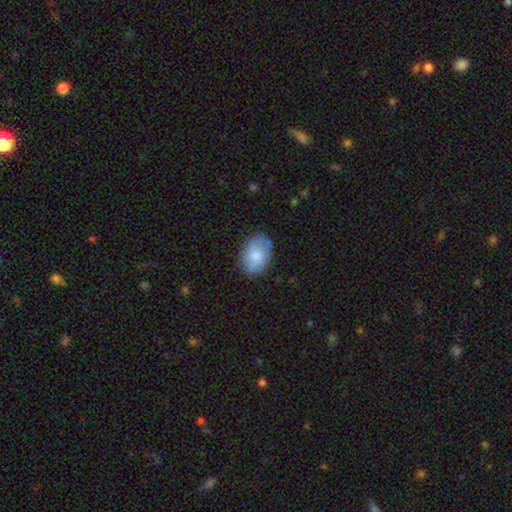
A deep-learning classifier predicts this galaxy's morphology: Smooth or featured: smooth — 72% (featured or disk — 21%)
How rounded: in between — 85% (round — 13%)
Merging: none — 78% (minor disturbance — 17%)